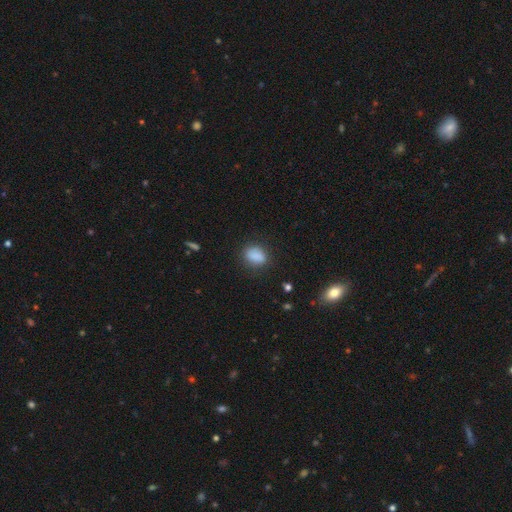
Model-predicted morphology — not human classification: Smooth or featured: smooth — 86% (star or artifact — 9%)
How rounded: in between — 70% (round — 27%)
Merging: none — 78% (minor disturbance — 15%)